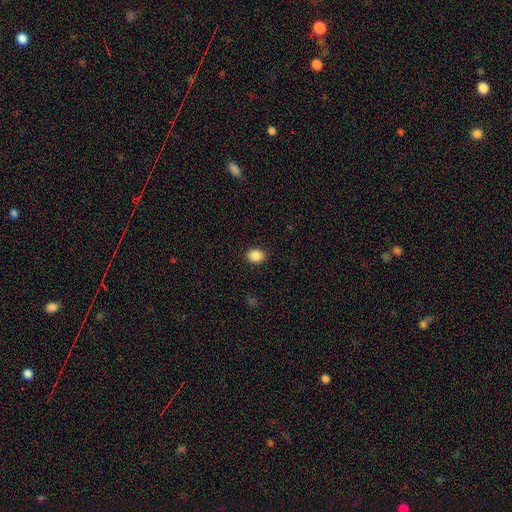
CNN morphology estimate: Smooth or featured? Predicted: smooth (p=0.87). How rounded? Predicted: in between (p=0.50). Merging? Predicted: none (p=0.90).